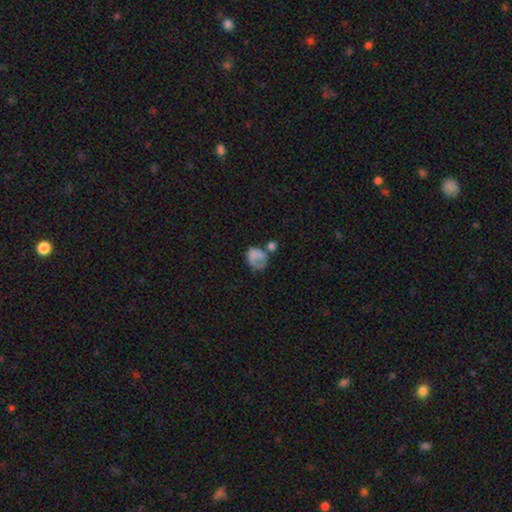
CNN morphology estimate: A smooth galaxy with no disk features (69%) that is round (53%).

Vote fractions:
- Smooth or featured? smooth: 69% / featured or disk: 21% / star or artifact: 11%
- How rounded? round: 53% / in between: 46% / cigar-shaped: 1%
- Merging? none: 33% / merger: 23% / minor disturbance: 22% / major disturbance: 22%